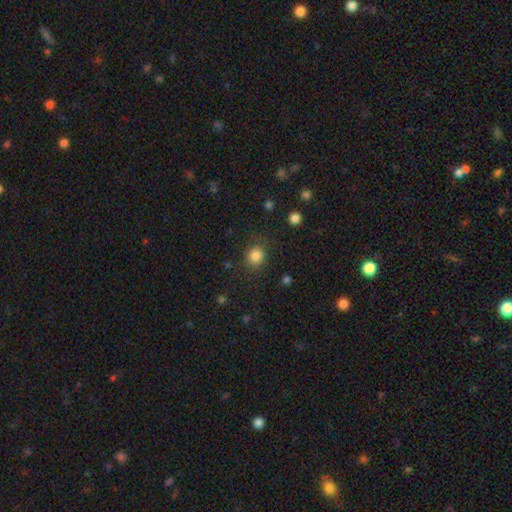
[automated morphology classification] smooth-or-featured: smooth: 84% | star or artifact: 12% | featured or disk: 4%
  how-rounded: round: 84% | in between: 15% | cigar-shaped: 1%
  merging: none: 83% | minor disturbance: 11% | major disturbance: 5% | merger: 2%